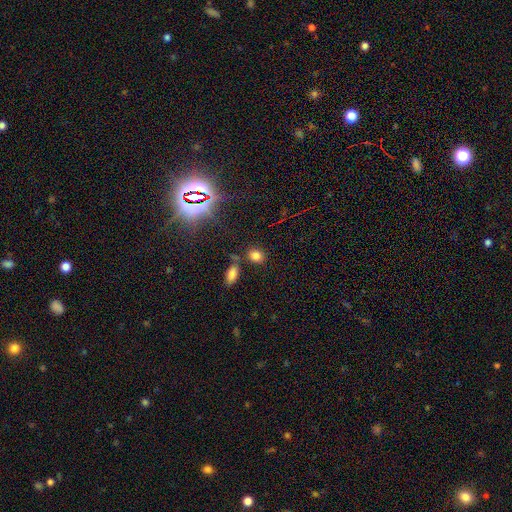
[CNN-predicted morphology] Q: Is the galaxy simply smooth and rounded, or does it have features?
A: smooth — 78%.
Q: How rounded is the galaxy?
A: in between — 51%.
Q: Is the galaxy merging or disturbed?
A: none — 75%.